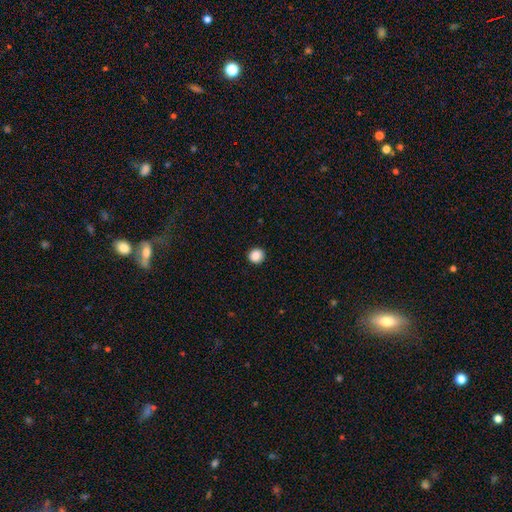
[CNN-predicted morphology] This is clearly a smooth galaxy (88%). How rounded: clearly round (92%). Merging: clearly none (92%).